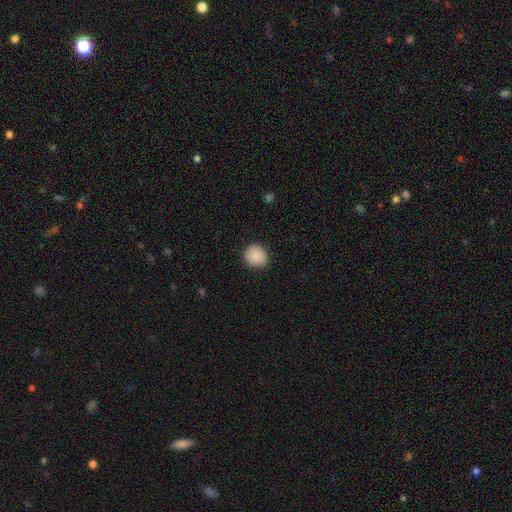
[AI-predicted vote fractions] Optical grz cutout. It shows a smooth galaxy with no disk features (89%) that is round (88%). Merging: none (90%).